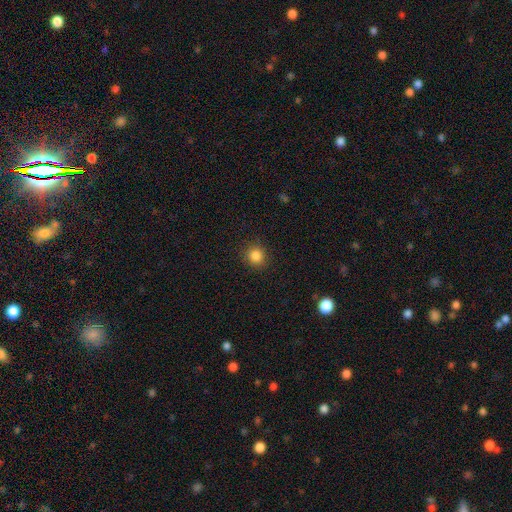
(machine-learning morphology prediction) A smooth galaxy with no disk features (84%) that is round (88%). Merging: none (90%).